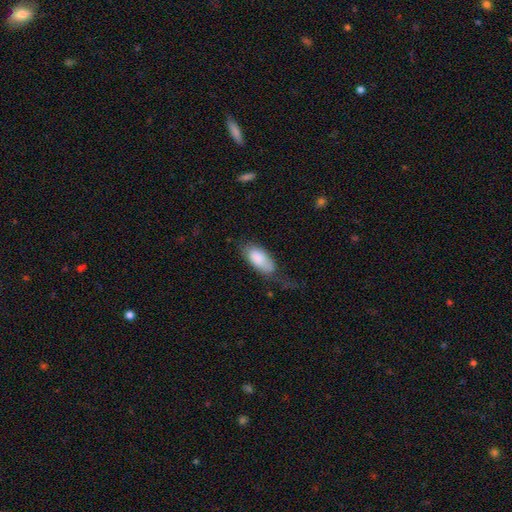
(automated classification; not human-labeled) Smooth or featured? smooth (80%)
How rounded? in between (89%)
Merging? none (37%)